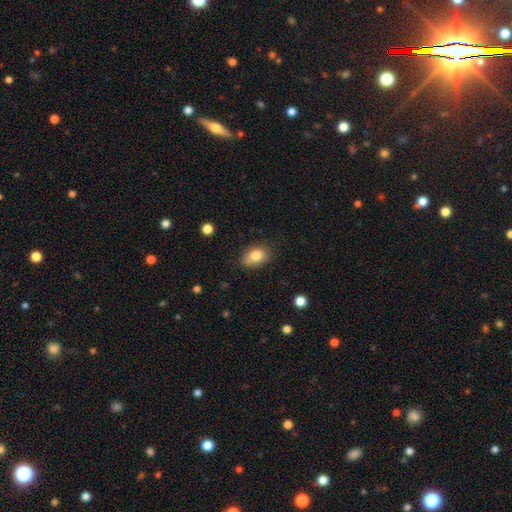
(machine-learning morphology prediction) A smooth galaxy with no disk features (83%) that is in between round and cigar-shaped (81%).

Vote fractions:
- Smooth or featured? smooth: 83% / featured or disk: 9% / star or artifact: 8%
- How rounded? in between: 81% / round: 18% / cigar-shaped: 1%
- Merging? none: 76% / minor disturbance: 19% / major disturbance: 4% / merger: 2%